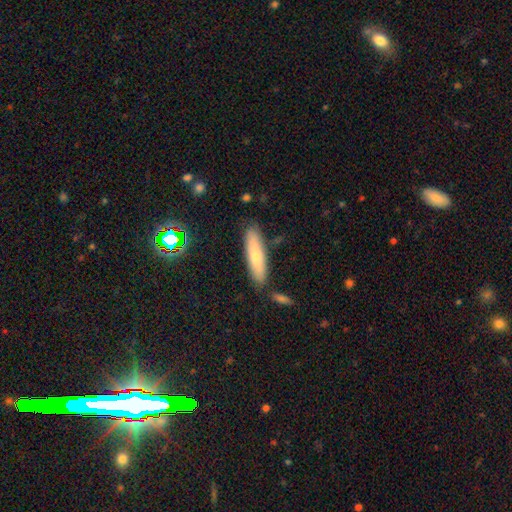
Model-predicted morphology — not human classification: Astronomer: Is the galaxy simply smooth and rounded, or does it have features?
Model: smooth — 68%.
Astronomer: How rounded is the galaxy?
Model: cigar-shaped — 74%.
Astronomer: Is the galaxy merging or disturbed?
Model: none — 82%.